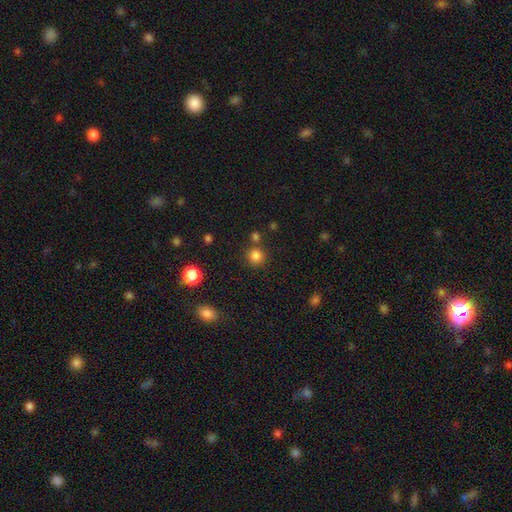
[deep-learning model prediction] Morphology: type=smooth (82%); roundness=round (91%); merging=none (77%).